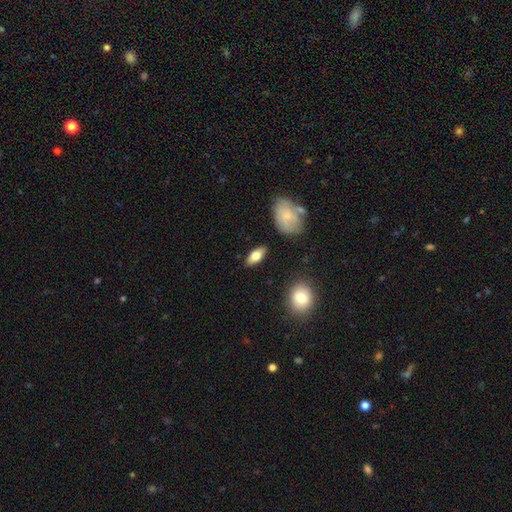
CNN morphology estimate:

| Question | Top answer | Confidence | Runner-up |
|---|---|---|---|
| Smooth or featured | smooth | 67% | featured or disk (26%) |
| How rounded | in between | 81% | cigar-shaped (16%) |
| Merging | none | 85% | minor disturbance (10%) |